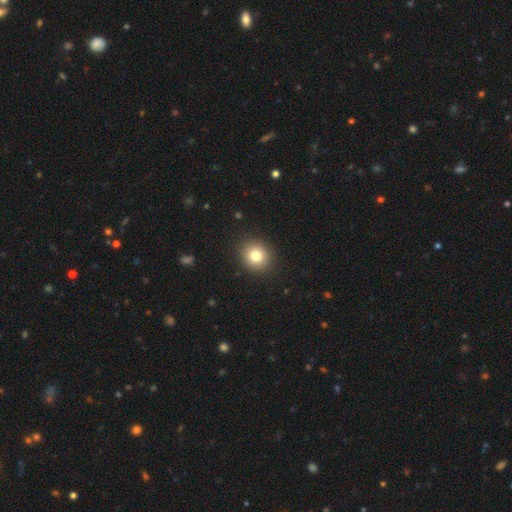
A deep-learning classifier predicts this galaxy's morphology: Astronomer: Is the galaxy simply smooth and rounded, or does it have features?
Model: smooth — 81%.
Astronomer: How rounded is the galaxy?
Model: round — 78%.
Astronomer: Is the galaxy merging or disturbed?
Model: none — 90%.